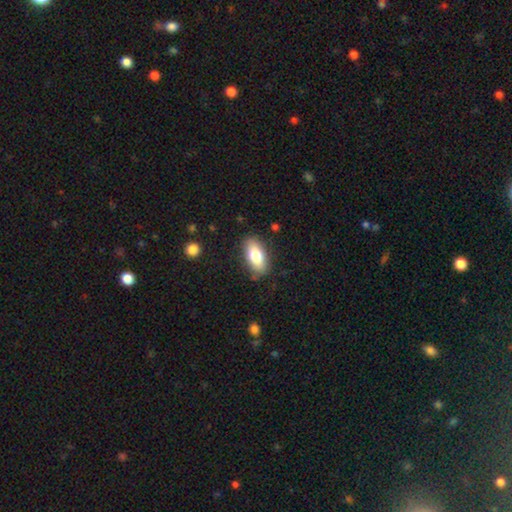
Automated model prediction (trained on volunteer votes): smooth 77%, featured or disk 16%, star or artifact 7%. Down the decision tree: how rounded — in between (87%); merging — none (85%).